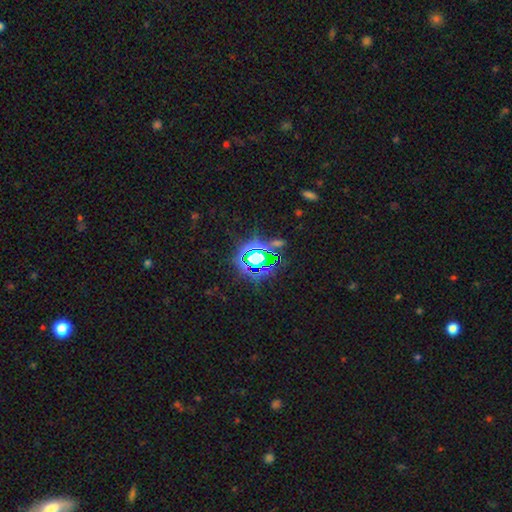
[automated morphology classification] Smooth or featured? Predicted: star or artifact (p=0.79).